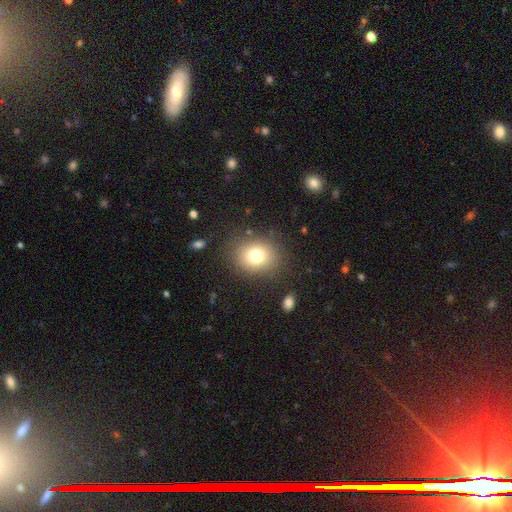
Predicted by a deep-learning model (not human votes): smooth_or_featured: smooth (p=0.77) [alt: star or artifact p=0.12]
how_rounded: round (p=0.63) [alt: in between p=0.36]
merging: none (p=0.83) [alt: minor disturbance p=0.10]